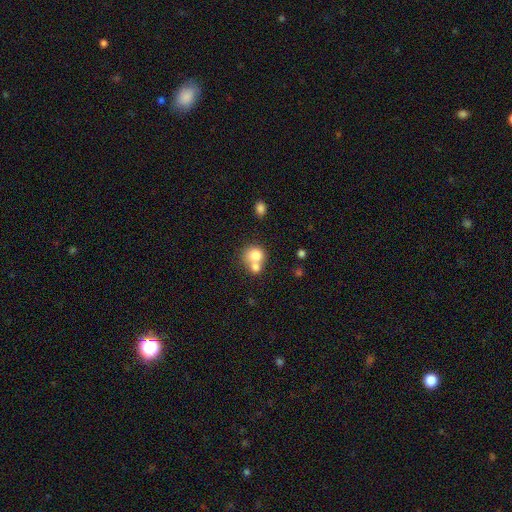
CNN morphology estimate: A smooth galaxy with no disk features (76%) that is round (79%).

Vote fractions:
- Smooth or featured? smooth: 76% / featured or disk: 15% / star or artifact: 10%
- How rounded? round: 79% / in between: 21% / cigar-shaped: 1%
- Merging? merger: 57% / none: 33% / minor disturbance: 7% / major disturbance: 4%